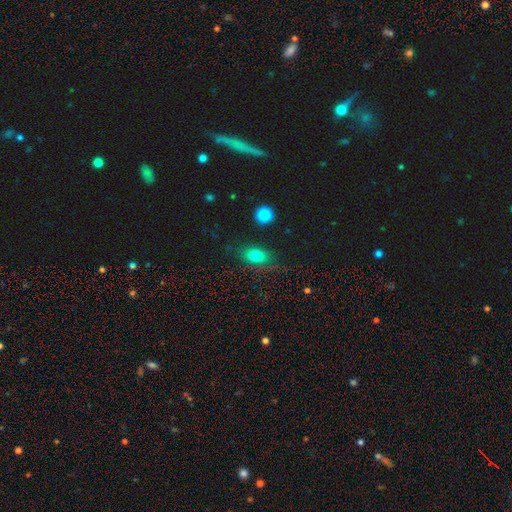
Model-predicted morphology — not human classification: A smooth galaxy with no disk features (79%) that is in between round and cigar-shaped (80%). Merging: none (80%).